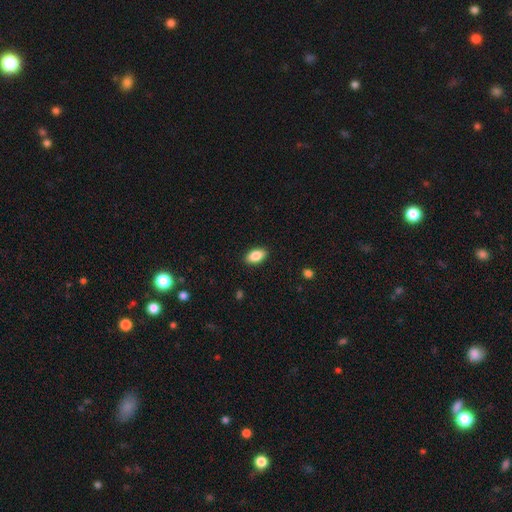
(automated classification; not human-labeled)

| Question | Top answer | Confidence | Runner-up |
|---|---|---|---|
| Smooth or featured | smooth | 87% | star or artifact (7%) |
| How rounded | in between | 92% | round (4%) |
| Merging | none | 89% | minor disturbance (8%) |